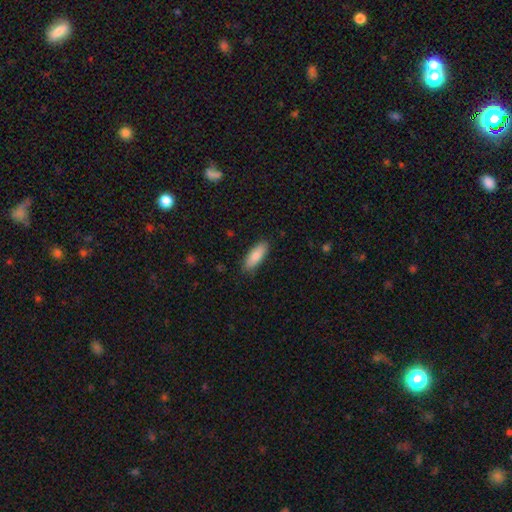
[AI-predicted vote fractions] Smooth or featured?
  - smooth: 83% *
  - featured or disk: 11%
  - star or artifact: 6%
How rounded?
  - in between: 71% *
  - cigar-shaped: 27%
  - round: 2%
Merging?
  - none: 87% *
  - minor disturbance: 10%
  - major disturbance: 2%
  - merger: 1%